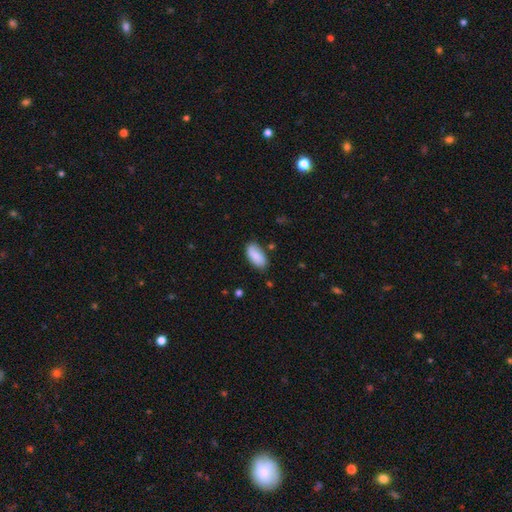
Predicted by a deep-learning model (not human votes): This appears to be a smooth galaxy with no disk features (87%) that is in between round and cigar-shaped (92%). Merging: none (77%).